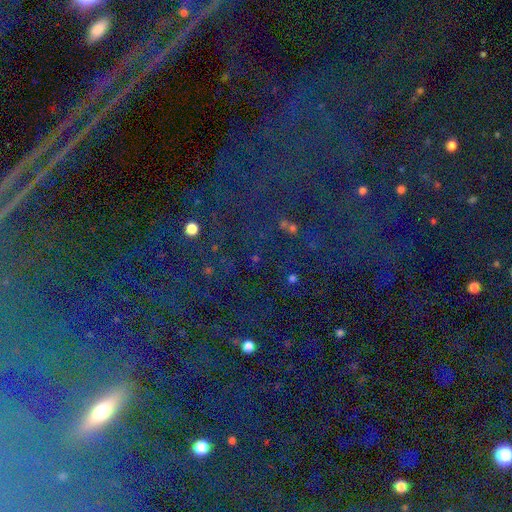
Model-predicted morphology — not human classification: The model was most divided on "smooth or featured": star or artifact: 80%, smooth: 10%, featured or disk: 9%.